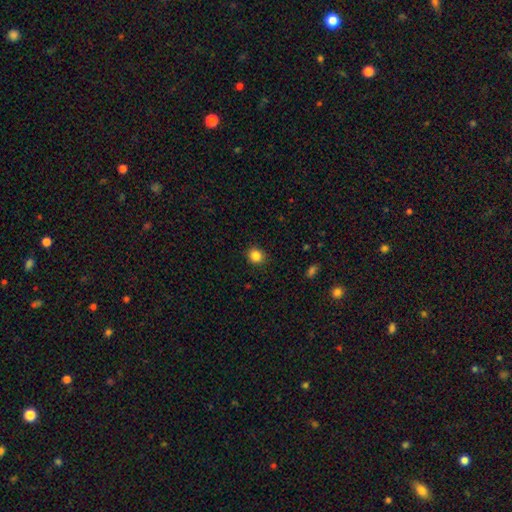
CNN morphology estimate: Q: Smooth or featured?
A: smooth (85%); runner-up: star or artifact (11%)
Q: How rounded?
A: round (82%); runner-up: in between (17%)
Q: Merging?
A: none (89%); runner-up: minor disturbance (8%)